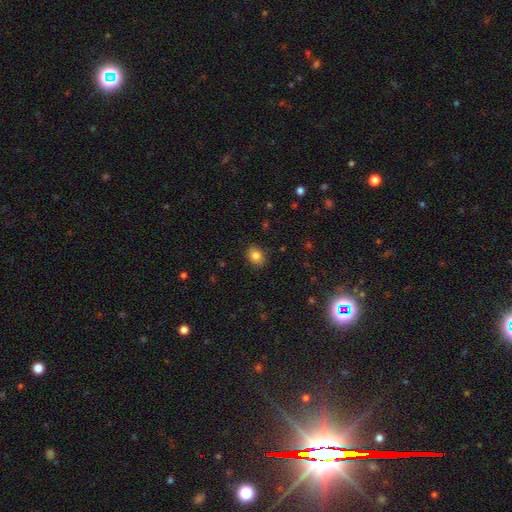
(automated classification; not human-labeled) Q: Smooth or featured?
A: smooth (82%); runner-up: star or artifact (10%)
Q: How rounded?
A: in between (58%); runner-up: round (41%)
Q: Merging?
A: none (87%); runner-up: minor disturbance (10%)